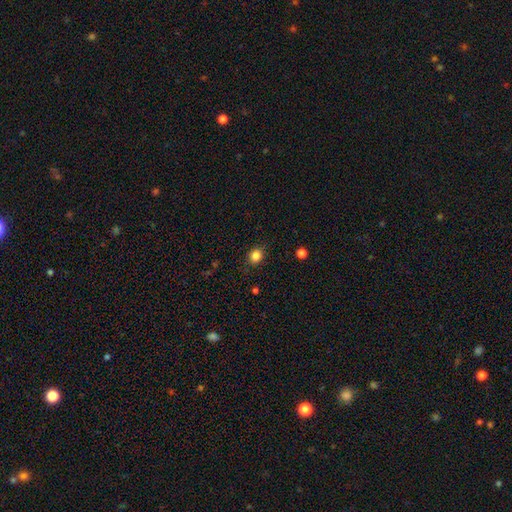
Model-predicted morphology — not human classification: The model was most divided on "how rounded": round: 61%, in between: 38%, cigar-shaped: 1%. More confident: merging — none (85%); smooth or featured — smooth (84%).